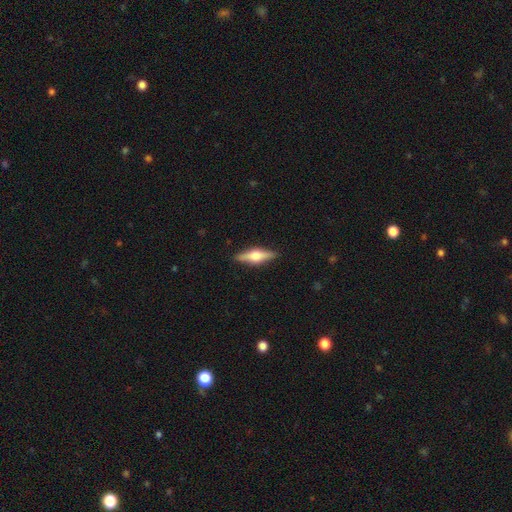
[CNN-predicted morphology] featured or disk 63%, smooth 30%, star or artifact 6%. Down the decision tree: edge-on disk — yes (96%); edge-on bulge — rounded (91%); merging — none (89%).